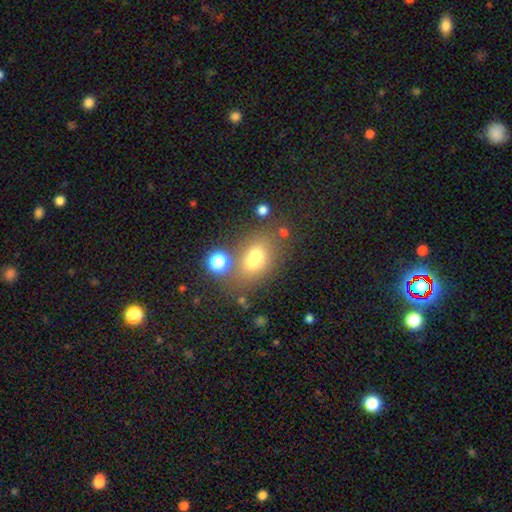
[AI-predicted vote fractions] smooth_or_featured: smooth (p=0.60) [alt: featured or disk p=0.23]
how_rounded: in between (p=0.51) [alt: round p=0.47]
merging: merger (p=0.44) [alt: none p=0.40]